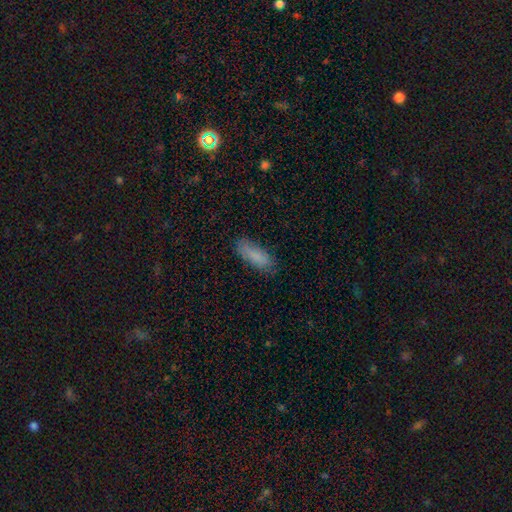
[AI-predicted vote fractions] A smooth galaxy with no disk features (83%) that is in between round and cigar-shaped (65%). Merging: none (77%).